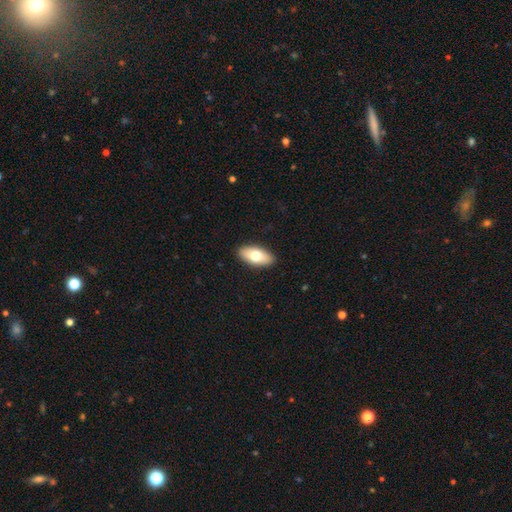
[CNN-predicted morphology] Smooth or featured? Predicted: smooth (p=0.71). How rounded? Predicted: in between (p=0.91). Merging? Predicted: none (p=0.90).